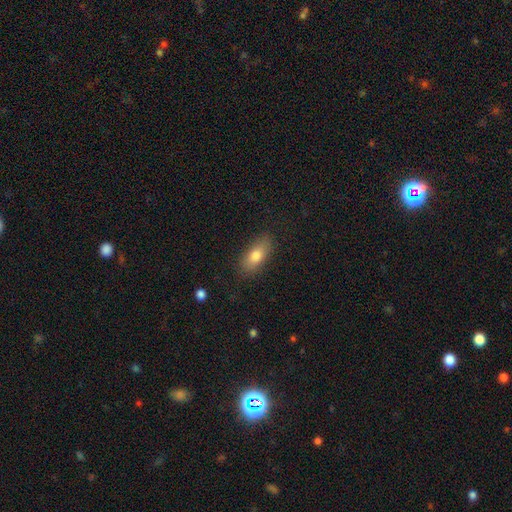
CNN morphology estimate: type=smooth (77%); roundness=in between (81%); merging=none (84%).